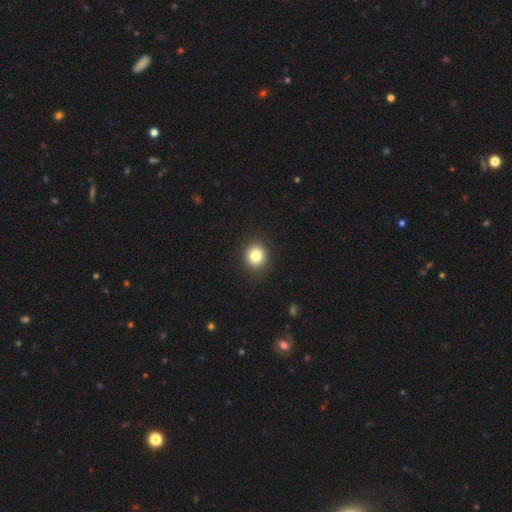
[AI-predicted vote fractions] Morphology: type=smooth (82%); roundness=round (80%); merging=none (90%).